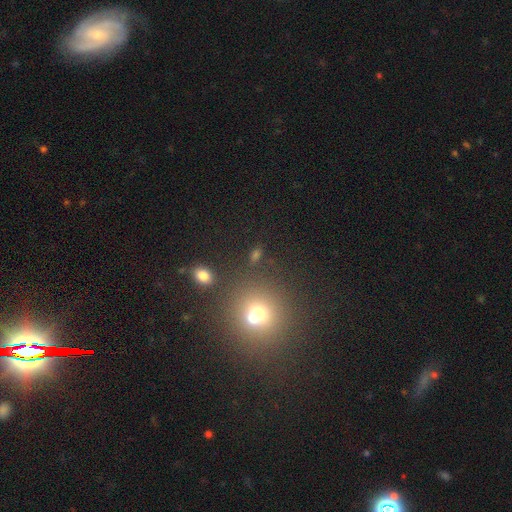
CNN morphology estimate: Overall: smooth (53%; star or artifact 33%). How rounded: round (54%; in between 40%). Merging: none (68%).